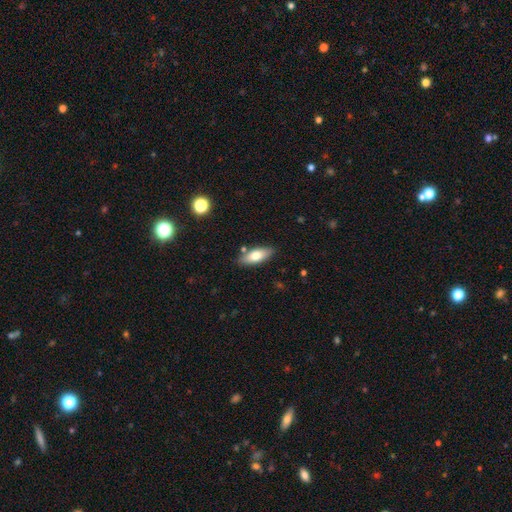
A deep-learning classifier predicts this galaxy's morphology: smooth_or_featured: smooth (p=0.72) [alt: featured or disk p=0.21]
how_rounded: in between (p=0.77) [alt: cigar-shaped p=0.21]
merging: none (p=0.82) [alt: minor disturbance p=0.11]